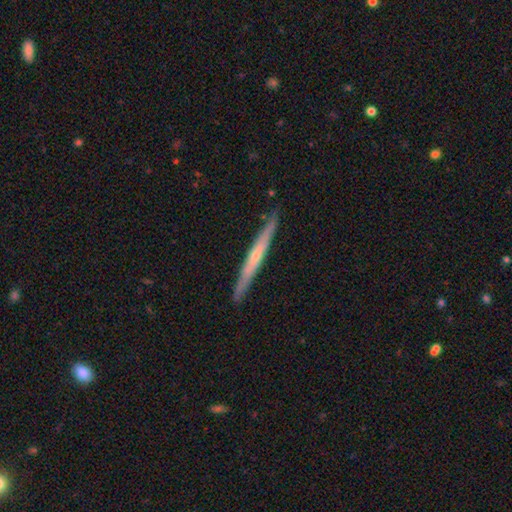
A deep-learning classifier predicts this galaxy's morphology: smooth_or_featured: featured or disk (p=0.63) [alt: smooth p=0.31]
disk_edge_on: yes (p=0.96) [alt: no p=0.04]
edge_on_bulge: none (p=0.51) [alt: rounded p=0.46]
merging: none (p=0.90) [alt: minor disturbance p=0.07]